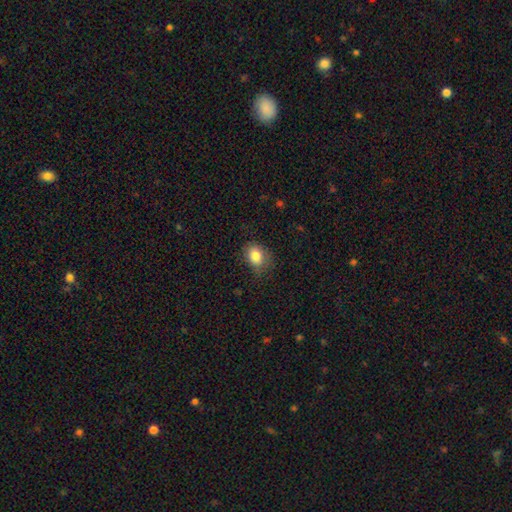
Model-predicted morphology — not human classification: A smooth galaxy with no disk features (83%) that is in between round and cigar-shaped (63%).

Vote fractions:
- Smooth or featured? smooth: 83% / star or artifact: 9% / featured or disk: 8%
- How rounded? in between: 63% / round: 36% / cigar-shaped: 1%
- Merging? none: 71% / minor disturbance: 22% / major disturbance: 6% / merger: 1%